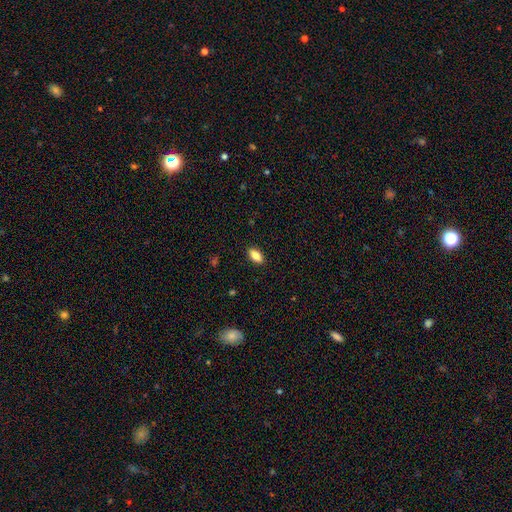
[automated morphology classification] Overall: smooth (84%). How rounded: in between (89%). Merging: none (89%).